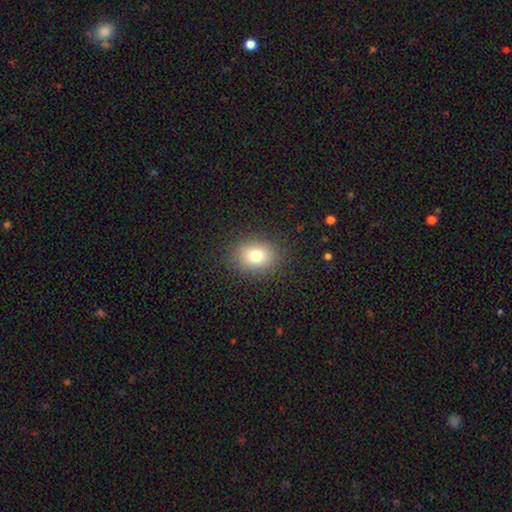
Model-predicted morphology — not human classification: Overall: smooth (77%). How rounded: round (59%; in between 40%). Merging: none (88%).